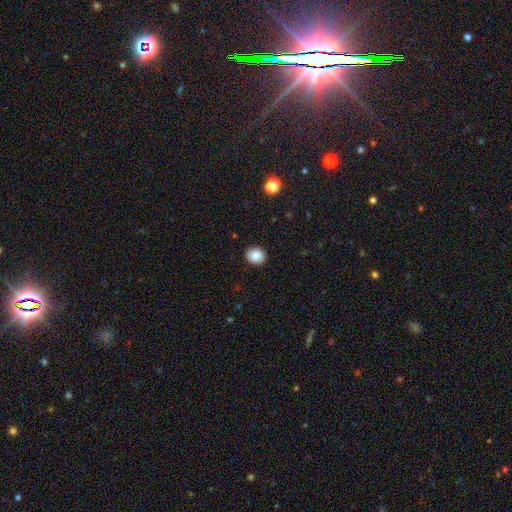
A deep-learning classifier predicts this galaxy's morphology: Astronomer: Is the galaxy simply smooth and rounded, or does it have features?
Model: smooth — 85%.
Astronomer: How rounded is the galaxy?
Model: round — 68%.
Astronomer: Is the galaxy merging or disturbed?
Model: none — 89%.